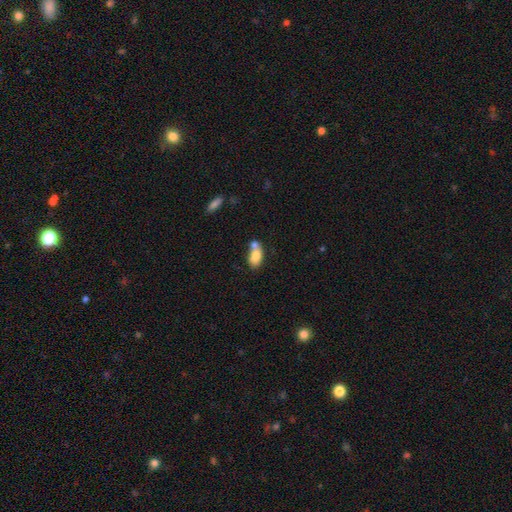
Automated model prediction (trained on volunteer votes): A smooth galaxy with no disk features (76%) that is in between round and cigar-shaped (86%). Merging: merger (51%).